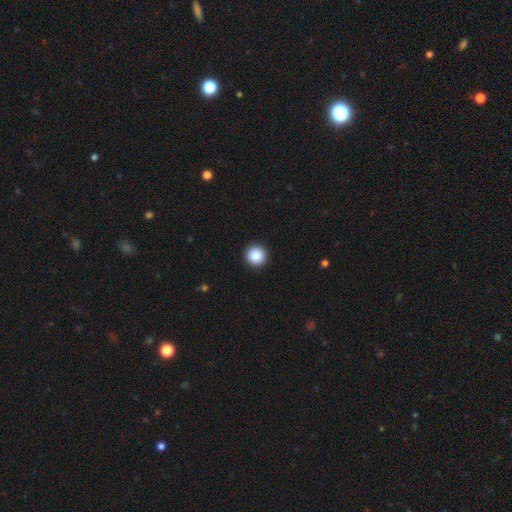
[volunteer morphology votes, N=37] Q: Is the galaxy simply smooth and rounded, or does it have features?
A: smooth — 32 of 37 (86%).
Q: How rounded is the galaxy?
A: round — 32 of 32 (100%).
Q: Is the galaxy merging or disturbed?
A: none — 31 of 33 (94%).